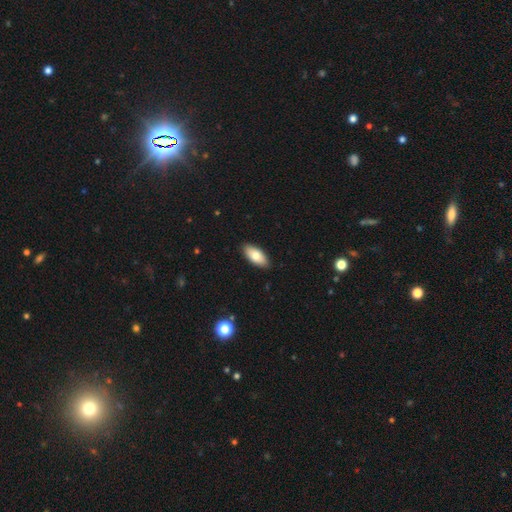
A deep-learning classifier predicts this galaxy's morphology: smooth-or-featured: smooth: 79% | featured or disk: 15% | star or artifact: 6%
  how-rounded: in between: 90% | cigar-shaped: 8% | round: 2%
  merging: none: 89% | minor disturbance: 8% | major disturbance: 2% | merger: 1%